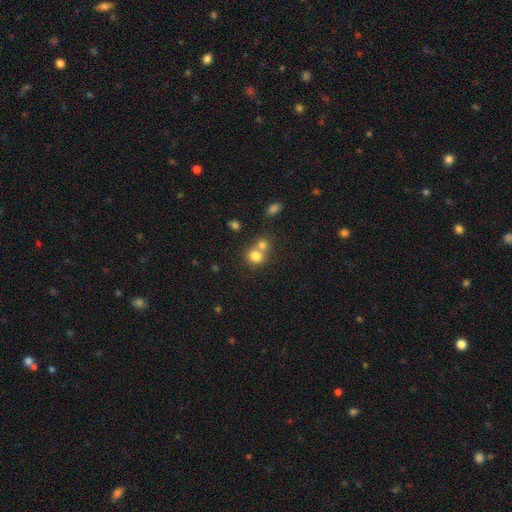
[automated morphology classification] smooth_or_featured: smooth (p=0.78) [alt: star or artifact p=0.11]
how_rounded: round (p=0.75) [alt: in between p=0.24]
merging: merger (p=0.51) [alt: none p=0.39]